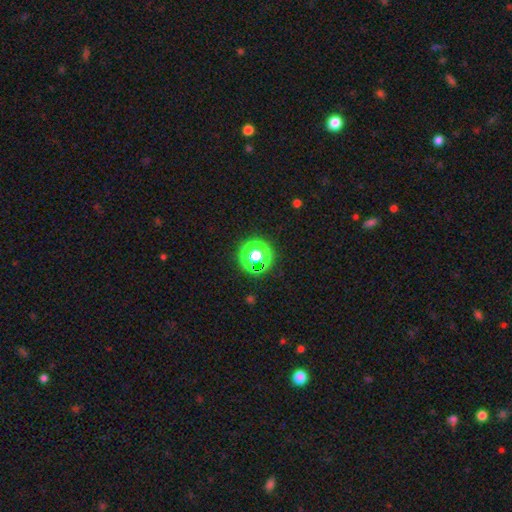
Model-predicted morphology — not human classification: Smooth or featured? Predicted: star or artifact (p=0.47).